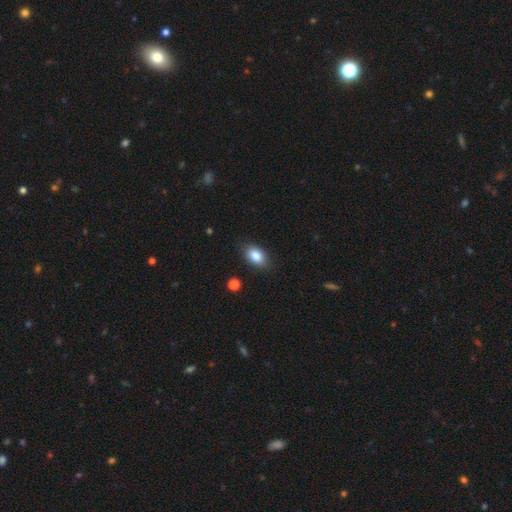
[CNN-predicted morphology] Overall: smooth (85%). How rounded: in between (87%). Merging: none (84%).